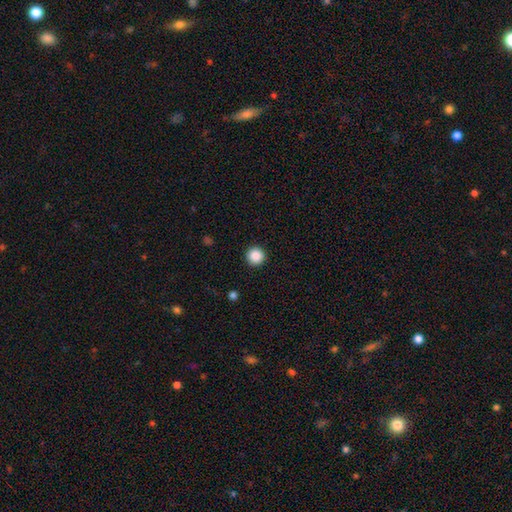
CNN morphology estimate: Smooth or featured?
  - smooth: 87% *
  - star or artifact: 10%
  - featured or disk: 3%
How rounded?
  - round: 96% *
  - in between: 3%
  - cigar-shaped: 1%
Merging?
  - none: 93% *
  - minor disturbance: 4%
  - major disturbance: 2%
  - merger: 1%